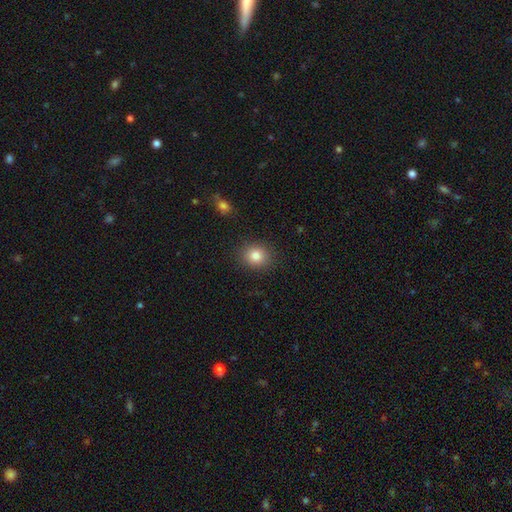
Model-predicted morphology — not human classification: type=smooth (83%); roundness=round (76%); merging=none (88%).